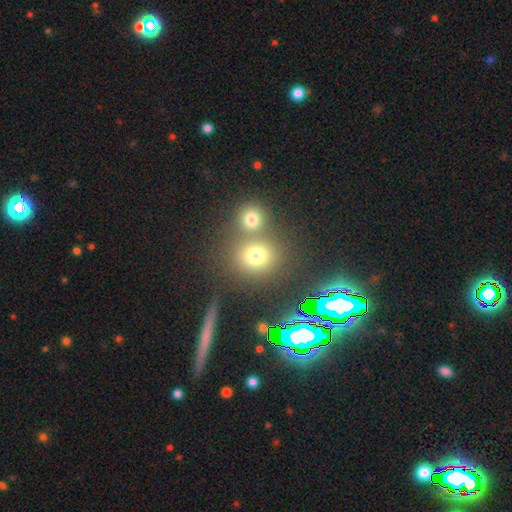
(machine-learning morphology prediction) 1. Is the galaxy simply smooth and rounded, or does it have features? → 72% smooth, 18% star or artifact, 9% featured or disk.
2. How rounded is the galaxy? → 80% round, 19% in between, 1% cigar-shaped.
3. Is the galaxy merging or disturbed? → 54% none, 35% merger, 8% minor disturbance, 4% major disturbance.